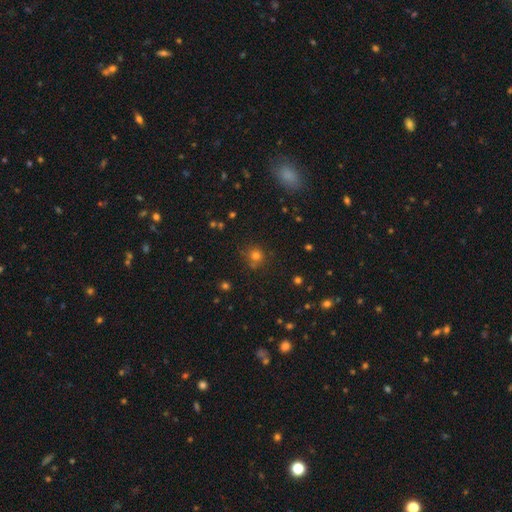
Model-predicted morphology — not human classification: smooth_or_featured: smooth (p=0.73) [alt: star or artifact p=0.20]
how_rounded: round (p=0.90) [alt: in between p=0.09]
merging: none (p=0.77) [alt: minor disturbance p=0.12]